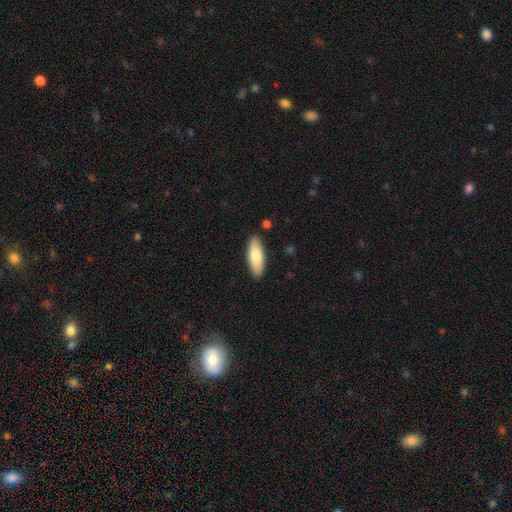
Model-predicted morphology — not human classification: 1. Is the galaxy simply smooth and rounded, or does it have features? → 78% smooth, 16% featured or disk, 6% star or artifact.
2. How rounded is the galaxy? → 63% in between, 35% cigar-shaped, 2% round.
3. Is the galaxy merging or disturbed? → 87% none, 9% minor disturbance, 2% merger, 2% major disturbance.